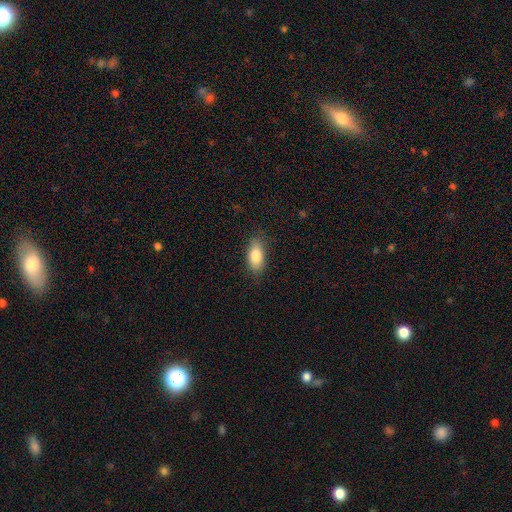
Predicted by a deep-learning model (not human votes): Smooth or featured: smooth — 83% (featured or disk — 10%)
How rounded: in between — 87% (cigar-shaped — 8%)
Merging: none — 83% (minor disturbance — 13%)